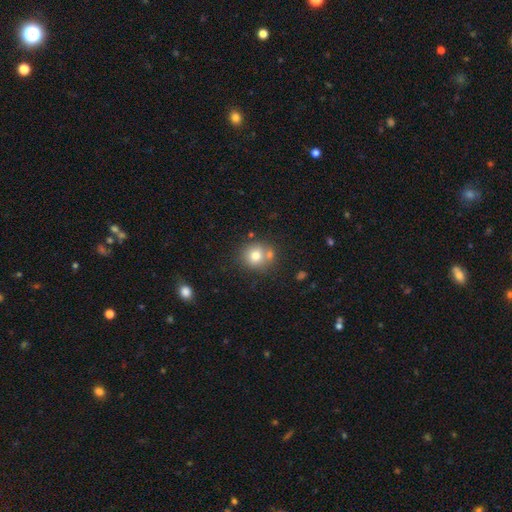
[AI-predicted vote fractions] The model was most divided on "merging": none: 63%, merger: 23%, minor disturbance: 11%, major disturbance: 4%. More confident: how rounded — round (86%); smooth or featured — smooth (75%).